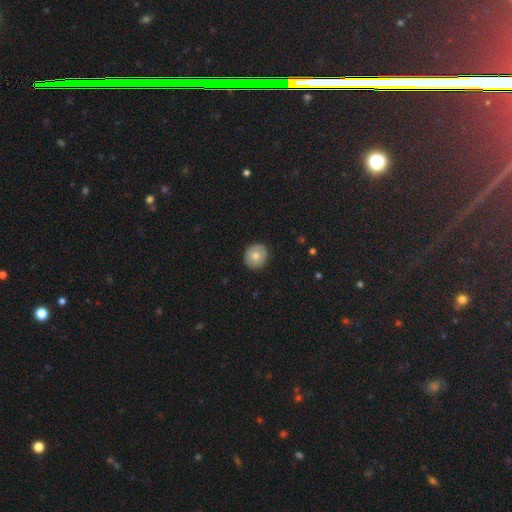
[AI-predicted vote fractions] Smooth or featured: smooth — 74% (featured or disk — 18%)
How rounded: round — 83% (in between — 16%)
Merging: none — 88% (minor disturbance — 9%)